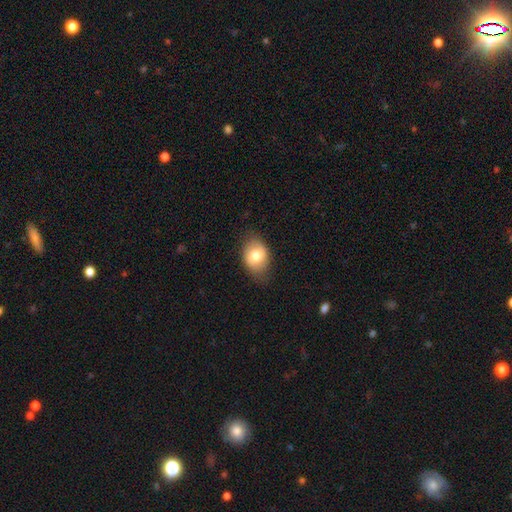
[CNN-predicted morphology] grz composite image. It shows a smooth galaxy with no disk features (73%) that is in between round and cigar-shaped (74%). Merging: none (74%).